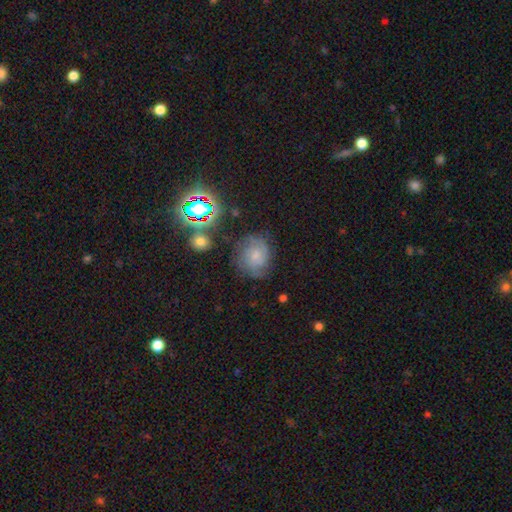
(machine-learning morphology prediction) Overall: featured or disk (52%; smooth 34%). Edge-on disk: no (97%). Bar: no (70%). Spiral arms: yes (89%). Bulge size: small (50%; moderate 30%). Merging: none (68%).